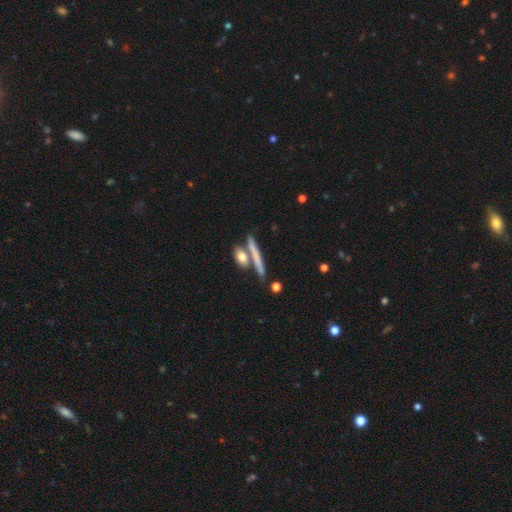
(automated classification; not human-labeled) A smooth galaxy with no disk features (60%) that is cigar-shaped (82%).

Vote fractions:
- Smooth or featured? smooth: 60% / featured or disk: 33% / star or artifact: 7%
- How rounded? cigar-shaped: 82% / in between: 12% / round: 7%
- Merging? none: 64% / merger: 21% / minor disturbance: 11% / major disturbance: 4%